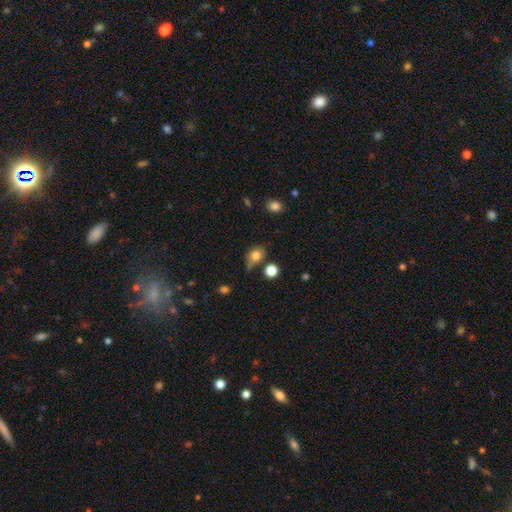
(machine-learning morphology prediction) type=smooth (77%); roundness=in between (51%); merging=none (46%).